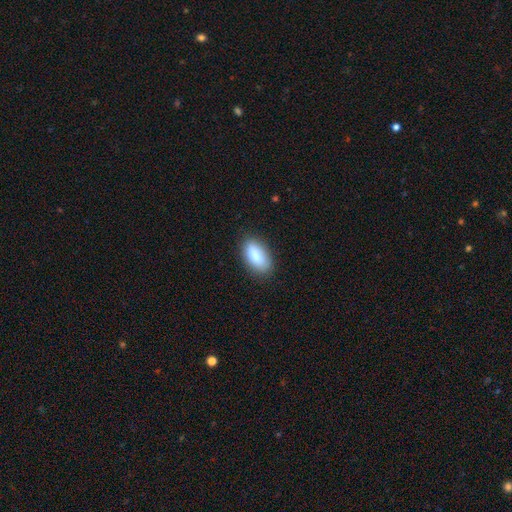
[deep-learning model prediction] Smooth or featured?
  - smooth: 84% *
  - featured or disk: 9%
  - star or artifact: 7%
How rounded?
  - in between: 91% *
  - cigar-shaped: 5%
  - round: 3%
Merging?
  - none: 85% *
  - minor disturbance: 12%
  - major disturbance: 3%
  - merger: 1%